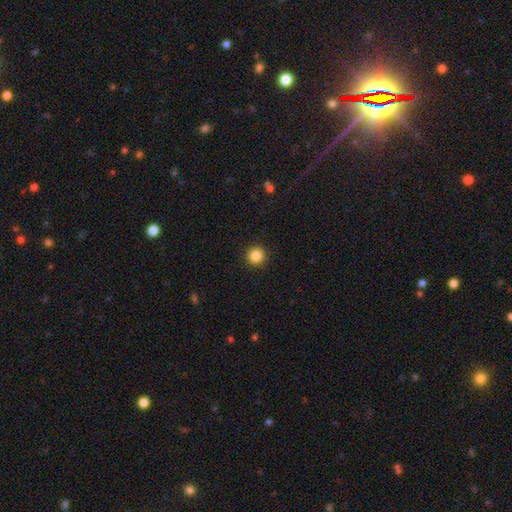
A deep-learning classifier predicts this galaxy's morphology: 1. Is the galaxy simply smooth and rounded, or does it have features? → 86% smooth, 10% star or artifact, 4% featured or disk.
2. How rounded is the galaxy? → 95% round, 4% in between, 1% cigar-shaped.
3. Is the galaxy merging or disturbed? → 93% none, 4% minor disturbance, 2% major disturbance, 1% merger.